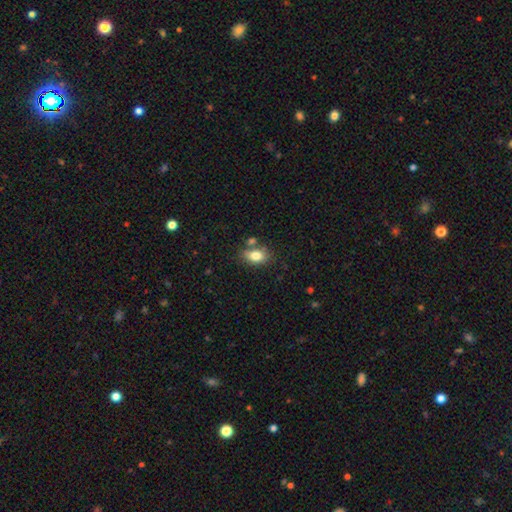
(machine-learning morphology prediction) Smooth or featured? smooth (81%)
How rounded? in between (84%)
Merging? none (65%)